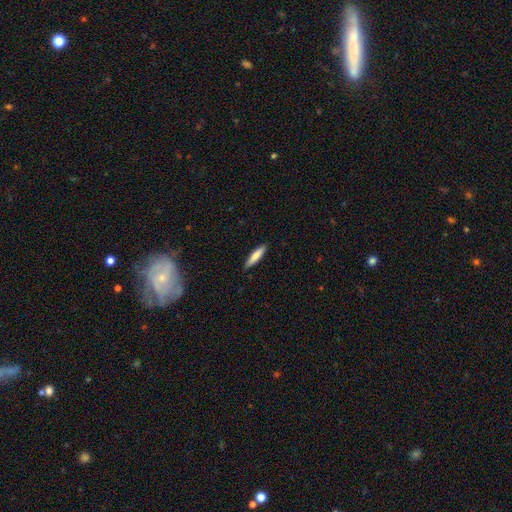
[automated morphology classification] Smooth or featured? Predicted: smooth (p=0.79). How rounded? Predicted: cigar-shaped (p=0.81). Merging? Predicted: none (p=0.87).